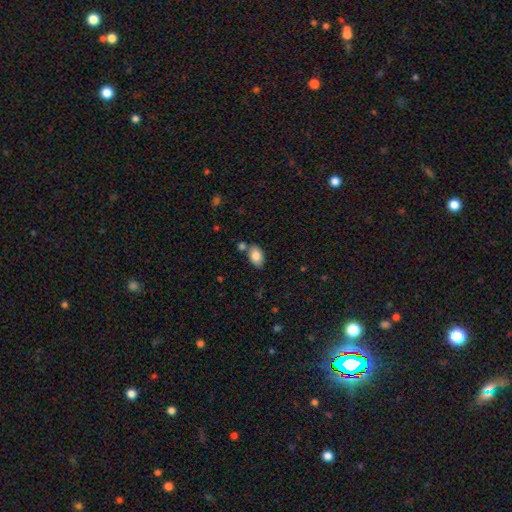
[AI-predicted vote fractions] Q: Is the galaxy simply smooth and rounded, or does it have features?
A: smooth — 85%.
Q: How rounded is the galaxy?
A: in between — 88%.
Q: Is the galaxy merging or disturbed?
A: none — 67%.